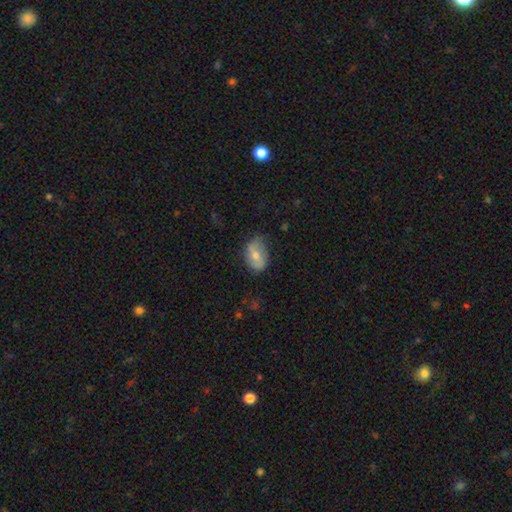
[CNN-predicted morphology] A smooth galaxy with no disk features (61%) that is in between round and cigar-shaped (82%).

Vote fractions:
- Smooth or featured? smooth: 61% / featured or disk: 32% / star or artifact: 7%
- How rounded? in between: 82% / round: 17% / cigar-shaped: 2%
- Merging? none: 64% / minor disturbance: 27% / major disturbance: 7% / merger: 2%